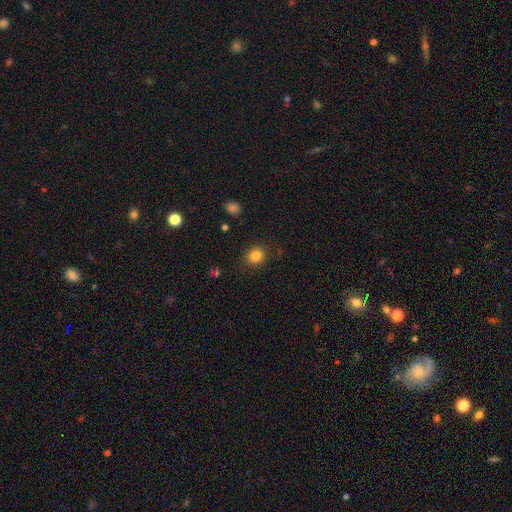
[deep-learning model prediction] The model was most divided on "how rounded": round: 77%, in between: 22%, cigar-shaped: 1%. More confident: merging — none (87%); smooth or featured — smooth (83%).